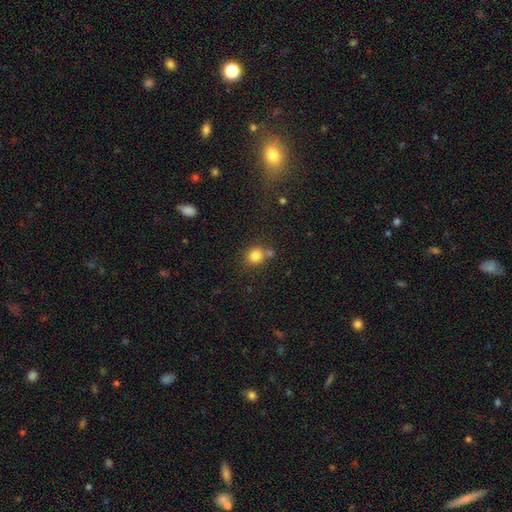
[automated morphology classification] This appears to be a smooth galaxy with no disk features (82%) that is round (85%). Merging: none (65%).